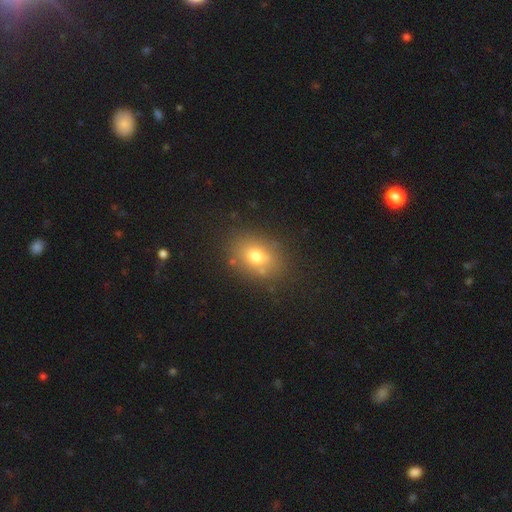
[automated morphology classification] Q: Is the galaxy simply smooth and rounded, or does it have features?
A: smooth — 72%.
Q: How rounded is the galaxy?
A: in between — 61%.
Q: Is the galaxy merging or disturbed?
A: none — 78%.